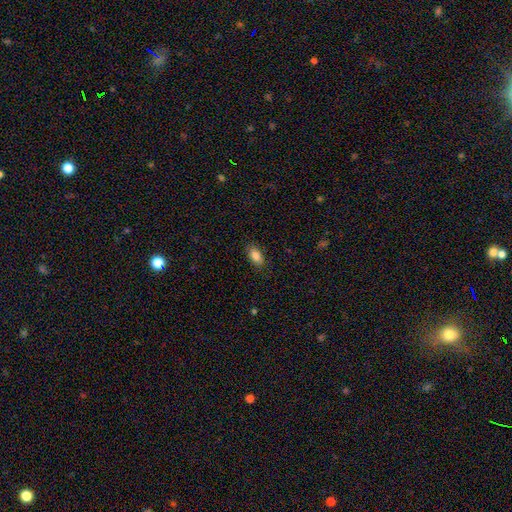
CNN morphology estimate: This appears to be a smooth galaxy with no disk features (86%) that is in between round and cigar-shaped (91%). Merging: none (86%).